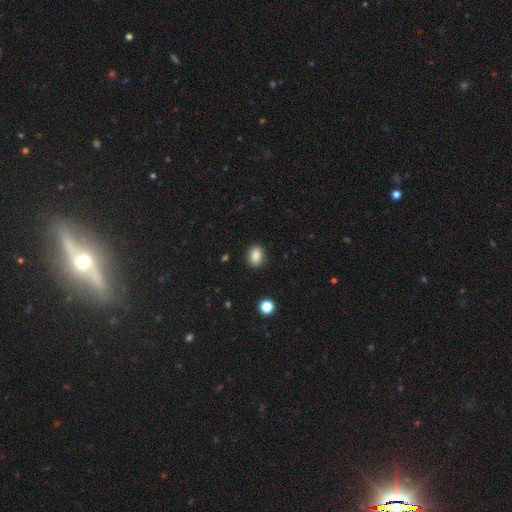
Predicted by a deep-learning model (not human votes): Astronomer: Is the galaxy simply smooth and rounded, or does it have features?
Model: smooth — 87%.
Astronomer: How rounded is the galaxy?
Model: in between — 68%.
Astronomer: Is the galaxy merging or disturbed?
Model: none — 88%.